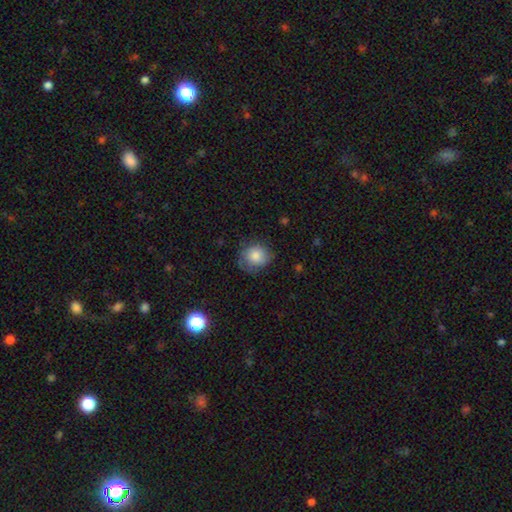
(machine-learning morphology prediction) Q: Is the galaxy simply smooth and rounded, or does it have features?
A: smooth — 80%.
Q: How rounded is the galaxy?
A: round — 79%.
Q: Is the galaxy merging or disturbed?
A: none — 66%.